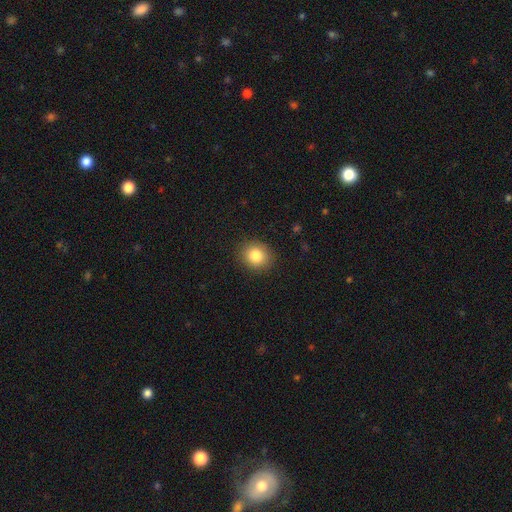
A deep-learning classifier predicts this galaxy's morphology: Q: Smooth or featured?
A: smooth (83%); runner-up: star or artifact (10%)
Q: How rounded?
A: round (76%); runner-up: in between (23%)
Q: Merging?
A: none (89%); runner-up: minor disturbance (7%)